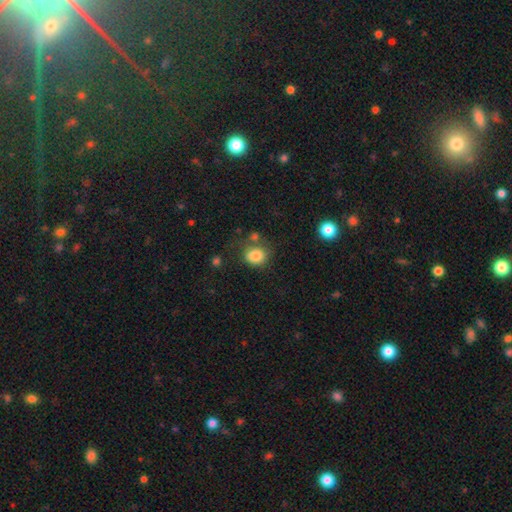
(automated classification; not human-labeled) A smooth galaxy with no disk features (82%) that is round (65%). Merging: none (61%).